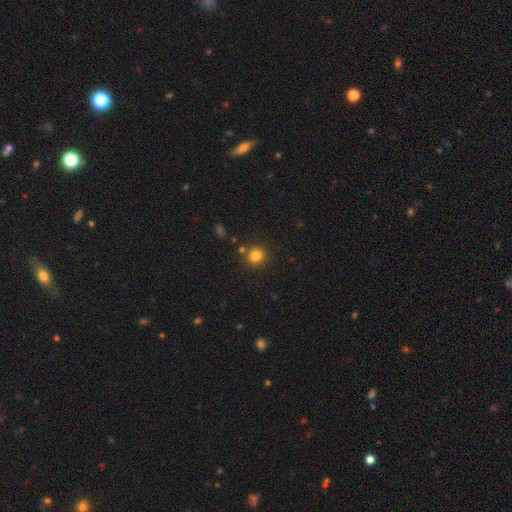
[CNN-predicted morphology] The model was most divided on "smooth or featured": smooth: 82%, star or artifact: 13%, featured or disk: 6%. More confident: how rounded — round (87%); merging — none (83%).